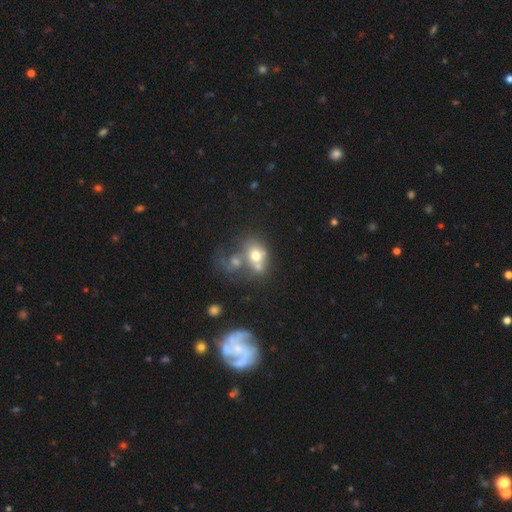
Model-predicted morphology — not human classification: Smooth or featured?
  - smooth: 59% *
  - featured or disk: 29%
  - star or artifact: 12%
How rounded?
  - round: 51% *
  - in between: 48%
  - cigar-shaped: 1%
Merging?
  - merger: 61% *
  - none: 19%
  - major disturbance: 11%
  - minor disturbance: 9%